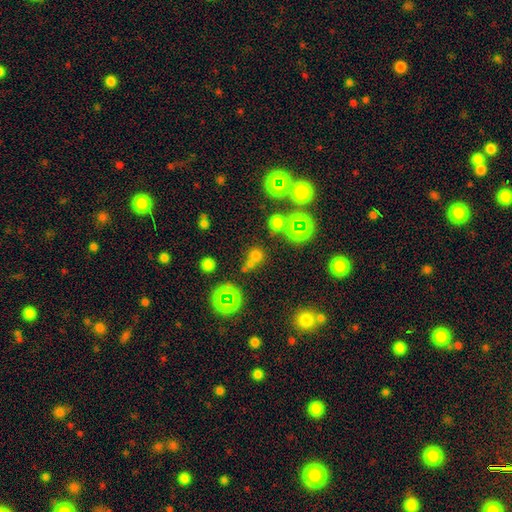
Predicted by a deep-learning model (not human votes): Smooth or featured: smooth — 61% (star or artifact — 30%)
How rounded: round — 86% (in between — 13%)
Merging: none — 59% (merger — 26%)